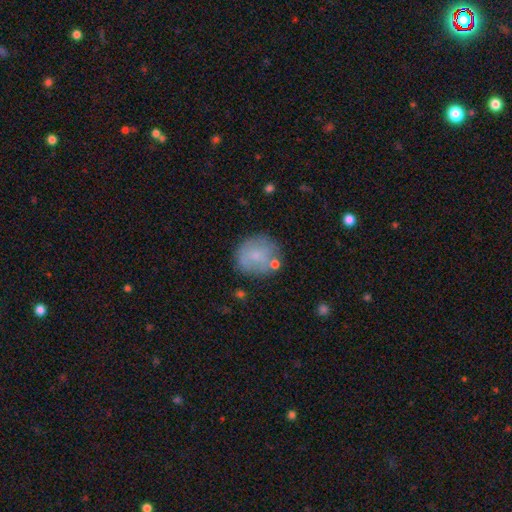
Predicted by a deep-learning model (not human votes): smooth-or-featured: smooth: 70% | featured or disk: 22% | star or artifact: 8%
  how-rounded: round: 85% | in between: 13% | cigar-shaped: 1%
  merging: none: 66% | minor disturbance: 19% | merger: 8% | major disturbance: 7%